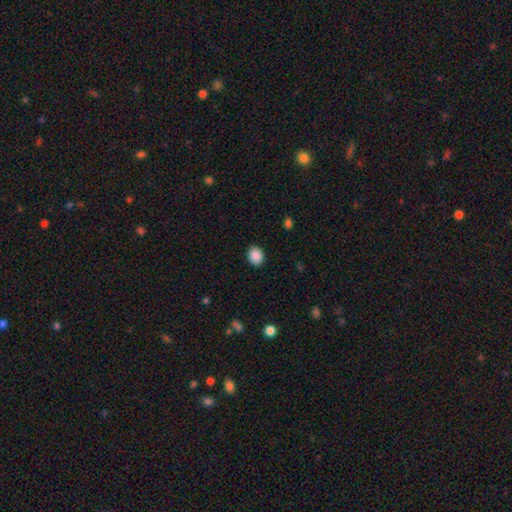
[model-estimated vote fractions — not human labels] smooth 88%, star or artifact 8%, featured or disk 4%. Down the decision tree: how rounded — in between (50%); merging — none (89%).